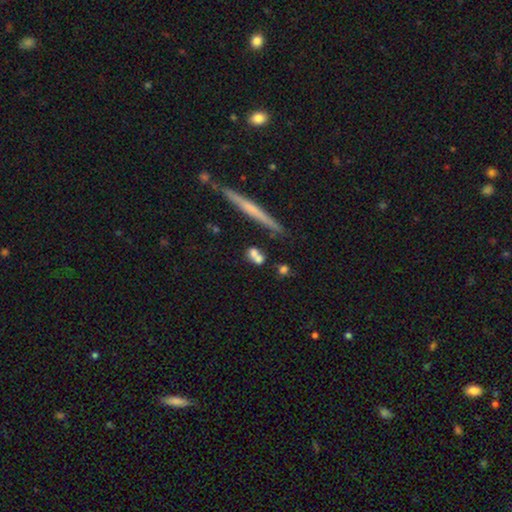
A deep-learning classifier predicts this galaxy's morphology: smooth 66%, featured or disk 22%, star or artifact 12%. Down the decision tree: how rounded — round (56%); merging — none (48%).